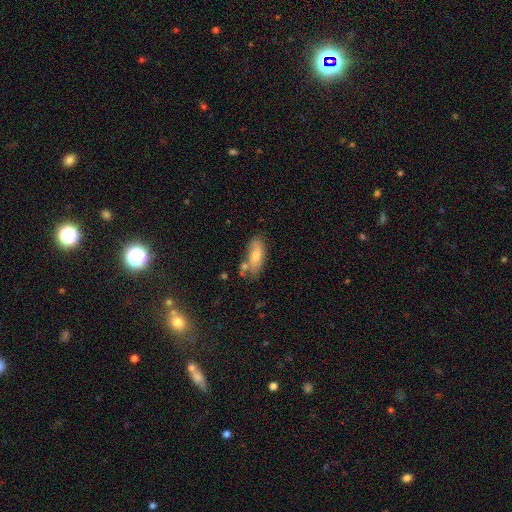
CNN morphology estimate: Smooth or featured? Predicted: smooth (p=0.60). How rounded? Predicted: in between (p=0.74). Merging? Predicted: none (p=0.62).